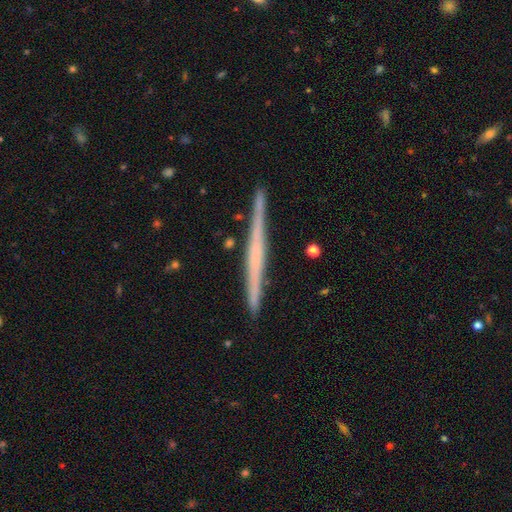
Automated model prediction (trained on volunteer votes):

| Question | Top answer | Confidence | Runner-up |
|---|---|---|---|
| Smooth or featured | featured or disk | 60% | smooth (34%) |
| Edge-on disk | yes | 98% | no (2%) |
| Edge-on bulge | none | 84% | rounded (12%) |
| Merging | none | 91% | minor disturbance (7%) |